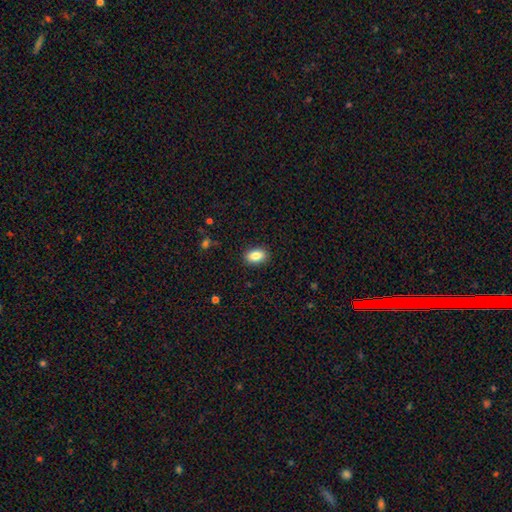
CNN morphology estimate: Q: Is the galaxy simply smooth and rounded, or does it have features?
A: smooth — 86%.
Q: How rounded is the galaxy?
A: in between — 88%.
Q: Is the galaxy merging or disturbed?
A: none — 89%.